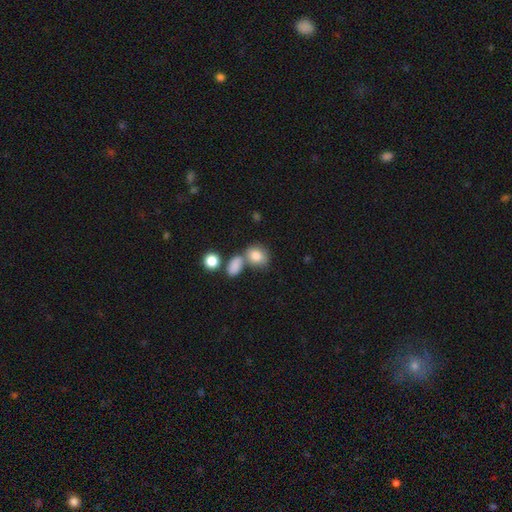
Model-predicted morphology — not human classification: Smooth or featured? Predicted: smooth (p=0.81). How rounded? Predicted: in between (p=0.58). Merging? Predicted: none (p=0.45).